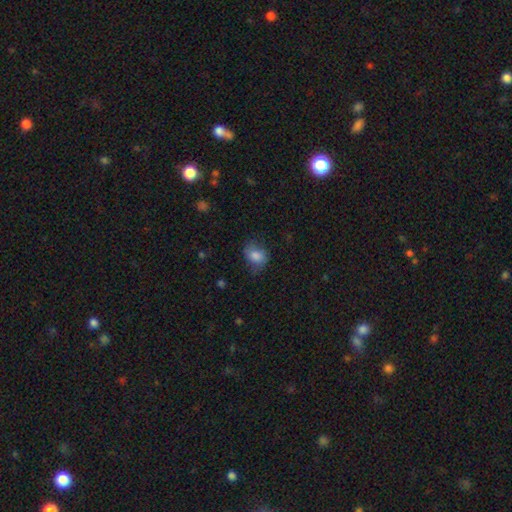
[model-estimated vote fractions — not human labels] smooth-or-featured: smooth: 79% | featured or disk: 12% | star or artifact: 9%
  how-rounded: in between: 62% | round: 37% | cigar-shaped: 1%
  merging: none: 60% | minor disturbance: 27% | major disturbance: 11% | merger: 1%